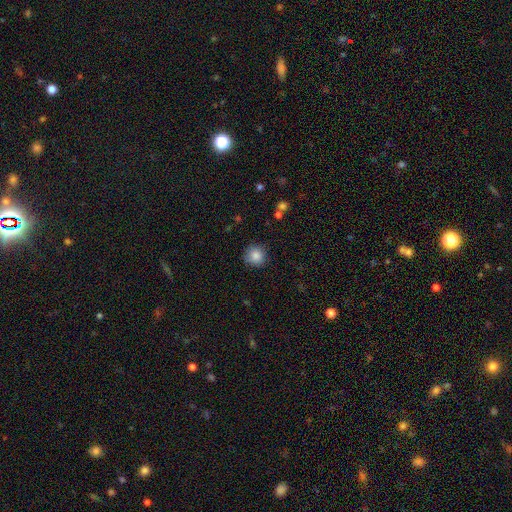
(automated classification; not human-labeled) This is clearly a smooth galaxy (86%). How rounded: clearly round (93%). Merging: clearly none (86%).